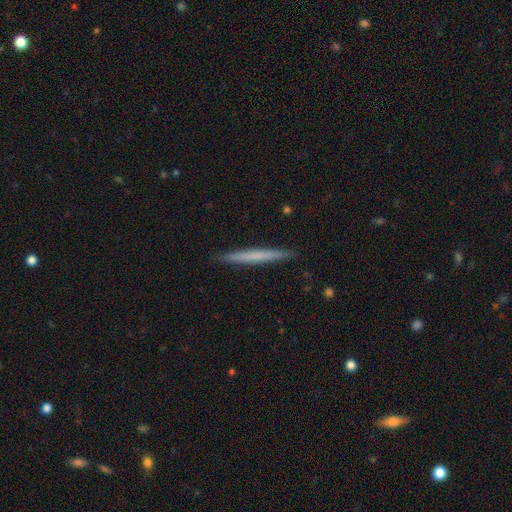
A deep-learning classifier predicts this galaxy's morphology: smooth-or-featured: smooth: 57% | featured or disk: 38% | star or artifact: 5%
  how-rounded: cigar-shaped: 97% | in between: 2% | round: 1%
  merging: none: 92% | minor disturbance: 6% | major disturbance: 1% | merger: 1%